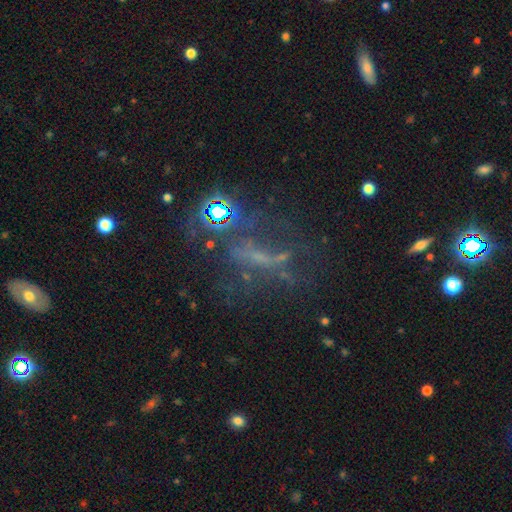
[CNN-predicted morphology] A featured or disk galaxy (40%). Merging: none (52%).